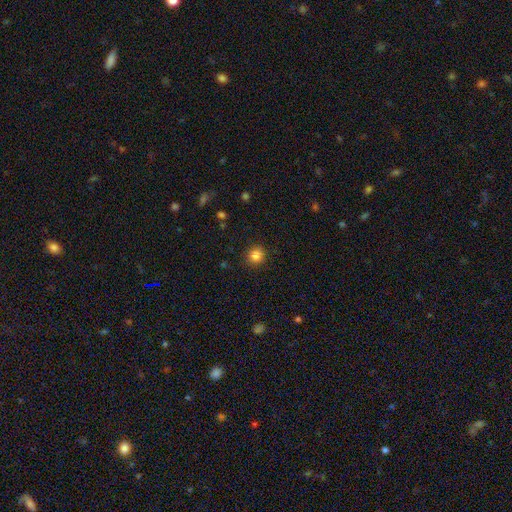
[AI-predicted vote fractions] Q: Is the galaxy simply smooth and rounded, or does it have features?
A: smooth — 84%.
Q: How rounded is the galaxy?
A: round — 91%.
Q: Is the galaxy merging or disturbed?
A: none — 91%.